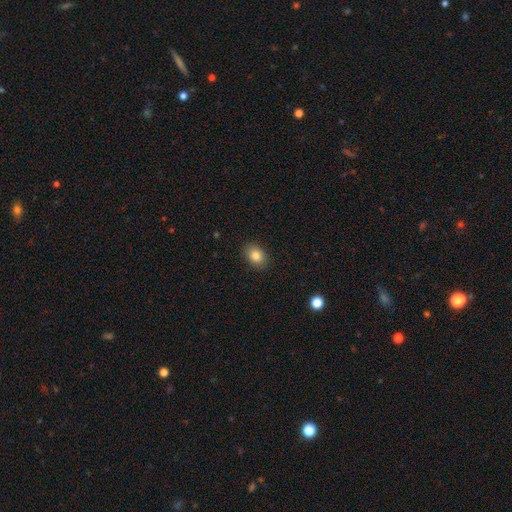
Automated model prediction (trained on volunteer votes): A smooth galaxy with no disk features (84%) that is in between round and cigar-shaped (72%). Merging: none (89%).